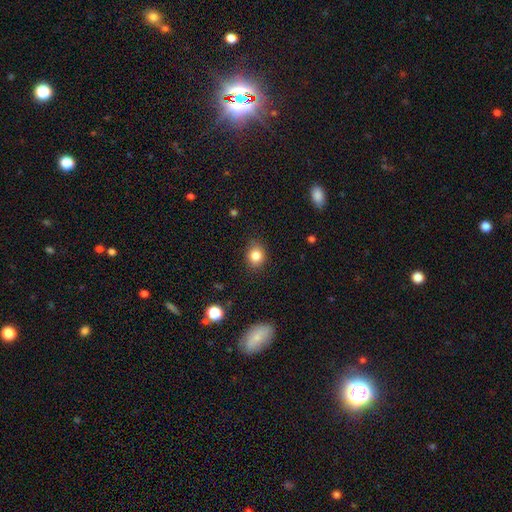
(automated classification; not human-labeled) Smooth or featured: smooth — 84% (star or artifact — 11%)
How rounded: round — 63% (in between — 36%)
Merging: none — 83% (minor disturbance — 13%)